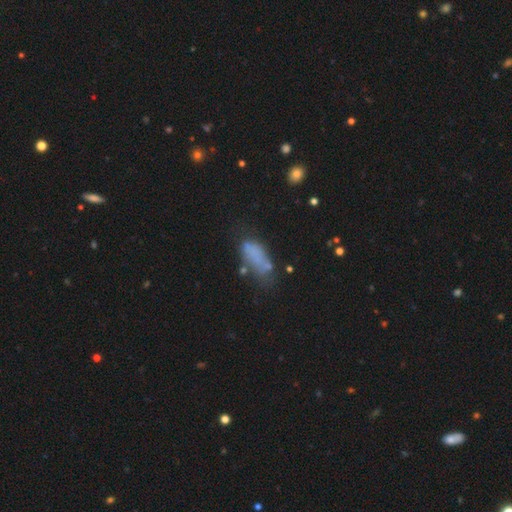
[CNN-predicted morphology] type=smooth (62%); roundness=in between (74%); merging=none (38%).